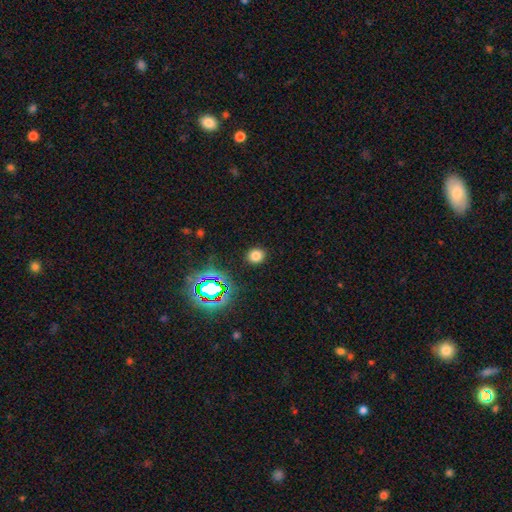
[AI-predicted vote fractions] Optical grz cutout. It shows a smooth galaxy with no disk features (74%) that is round (74%). Merging: none (89%).